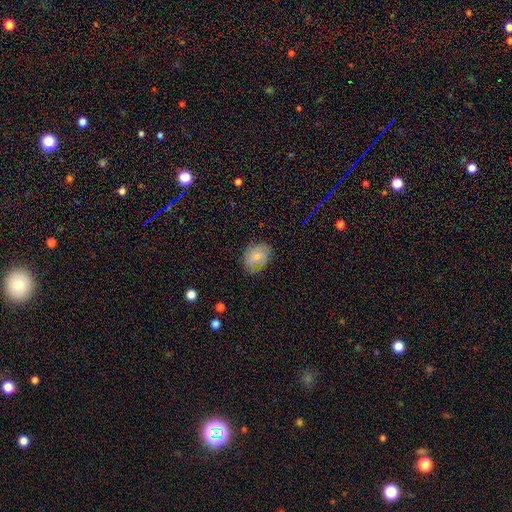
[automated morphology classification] A smooth galaxy with no disk features (69%) that is in between round and cigar-shaped (61%). Merging: none (69%).